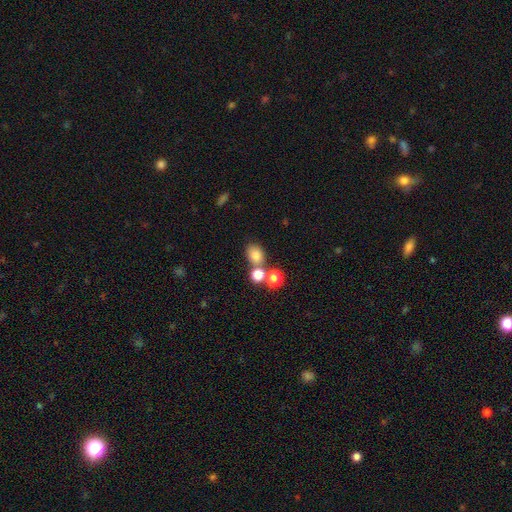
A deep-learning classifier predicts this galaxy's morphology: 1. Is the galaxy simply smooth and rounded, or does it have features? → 78% smooth, 14% star or artifact, 8% featured or disk.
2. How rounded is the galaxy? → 54% in between, 44% round, 1% cigar-shaped.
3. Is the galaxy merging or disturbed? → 57% none, 27% merger, 11% minor disturbance, 5% major disturbance.